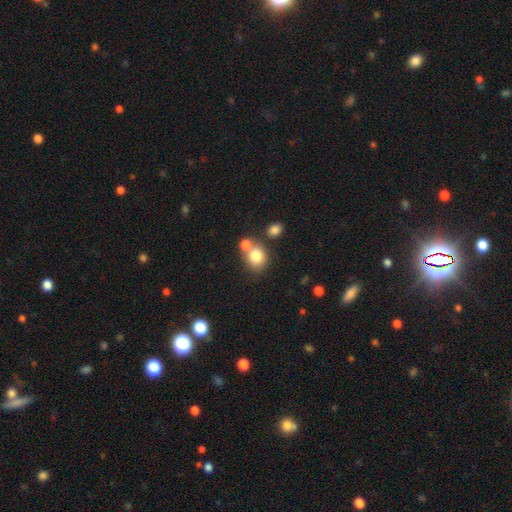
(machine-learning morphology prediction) Smooth or featured?
  - smooth: 81% *
  - star or artifact: 10%
  - featured or disk: 9%
How rounded?
  - round: 72% *
  - in between: 27%
  - cigar-shaped: 1%
Merging?
  - none: 53% *
  - merger: 33%
  - minor disturbance: 10%
  - major disturbance: 4%